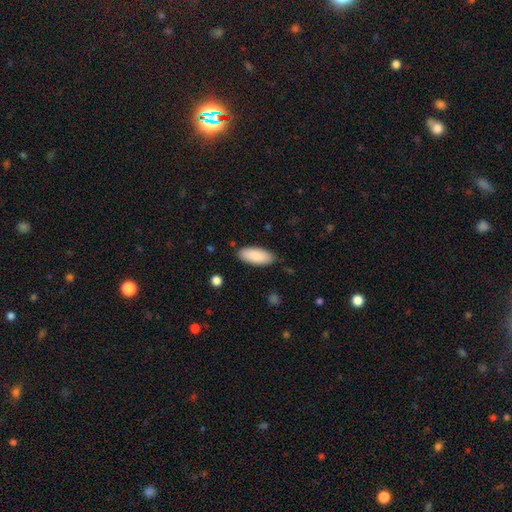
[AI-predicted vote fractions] smooth_or_featured: smooth (p=0.88) [alt: featured or disk p=0.06]
how_rounded: in between (p=0.83) [alt: cigar-shaped p=0.15]
merging: none (p=0.86) [alt: minor disturbance p=0.11]